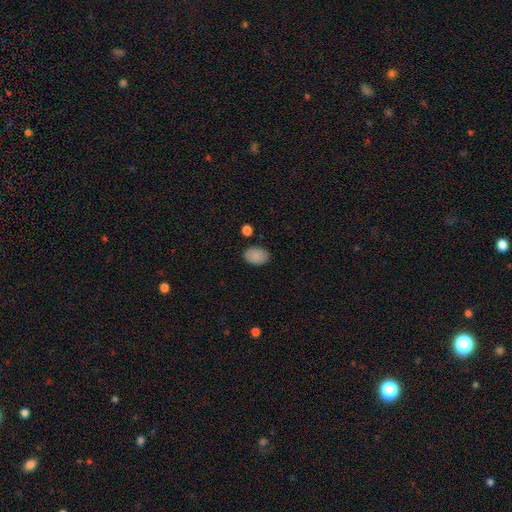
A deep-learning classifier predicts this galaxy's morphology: A smooth galaxy with no disk features (88%) that is in between round and cigar-shaped (81%).

Vote fractions:
- Smooth or featured? smooth: 88% / star or artifact: 8% / featured or disk: 4%
- How rounded? in between: 81% / round: 18% / cigar-shaped: 1%
- Merging? none: 84% / minor disturbance: 10% / merger: 3% / major disturbance: 3%